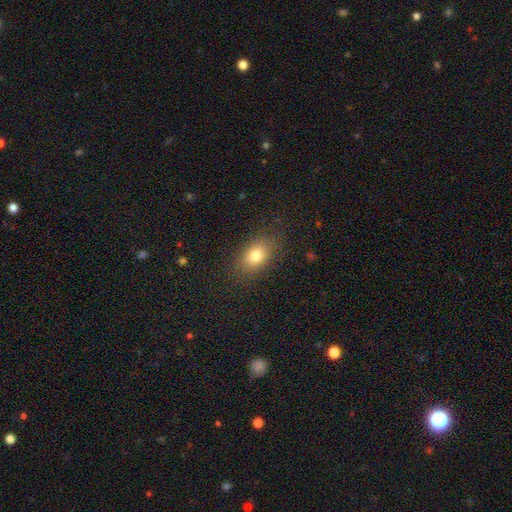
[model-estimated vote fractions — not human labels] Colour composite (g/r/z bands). It shows a smooth galaxy with no disk features (79%) that is in between round and cigar-shaped (79%). Merging: none (85%).